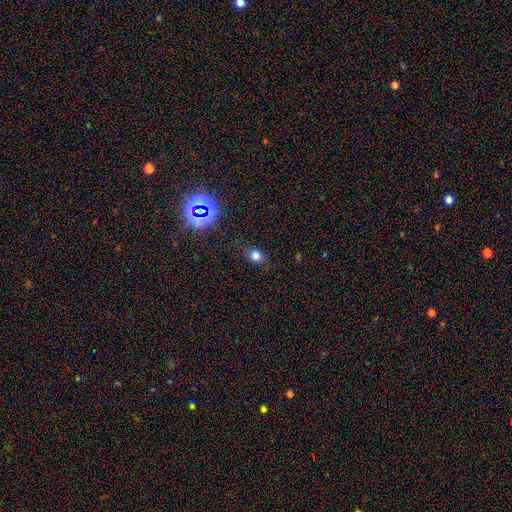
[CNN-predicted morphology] smooth-or-featured: smooth: 73% | star or artifact: 20% | featured or disk: 7%
  how-rounded: round: 64% | in between: 34% | cigar-shaped: 1%
  merging: none: 78% | minor disturbance: 16% | major disturbance: 5% | merger: 1%